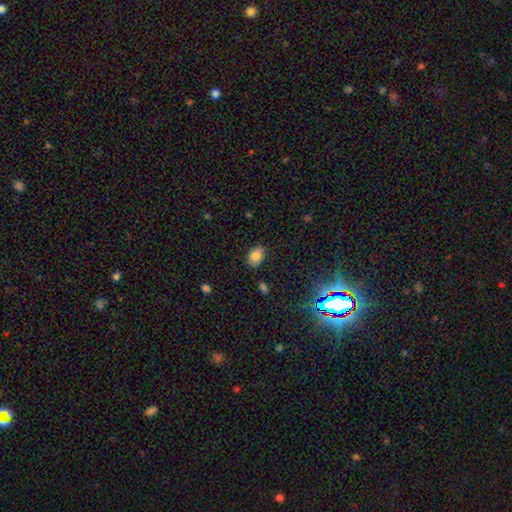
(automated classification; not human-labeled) Morphology: type=smooth (80%); roundness=in between (83%); merging=none (84%).